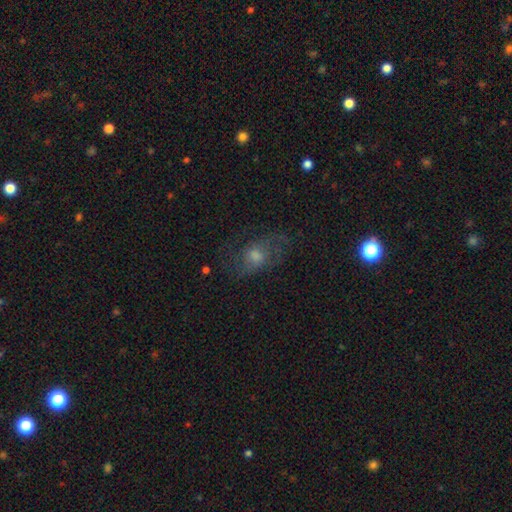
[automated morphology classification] Q: Smooth or featured?
A: featured or disk (50%); runner-up: smooth (33%)
Q: Edge-on disk?
A: no (93%); runner-up: yes (7%)
Q: Merging?
A: none (62%); runner-up: minor disturbance (19%)